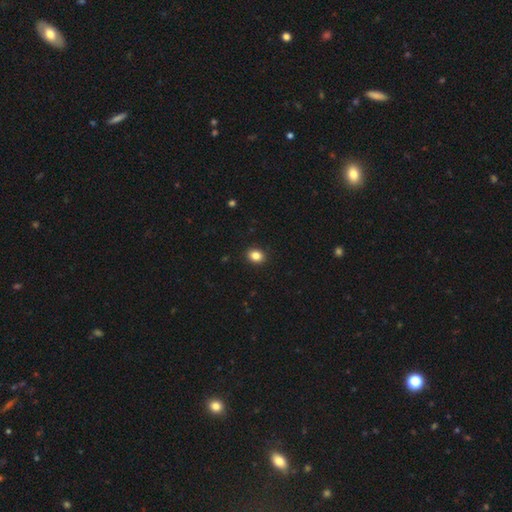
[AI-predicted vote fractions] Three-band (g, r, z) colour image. It shows a smooth galaxy with no disk features (85%) that is round (50%). Merging: none (91%).